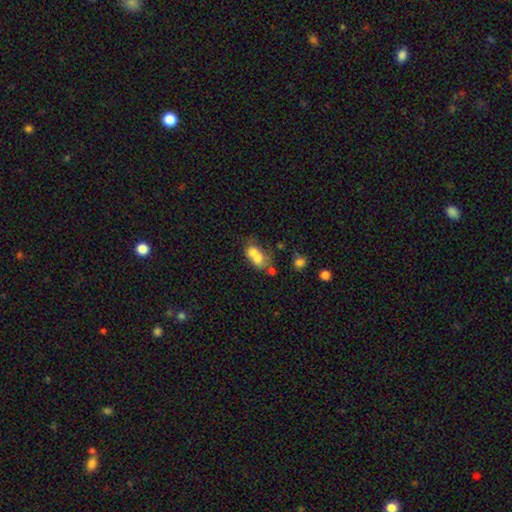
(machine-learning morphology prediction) A smooth galaxy with no disk features (65%) that is in between round and cigar-shaped (53%).

Vote fractions:
- Smooth or featured? smooth: 65% / featured or disk: 23% / star or artifact: 11%
- How rounded? in between: 53% / round: 45% / cigar-shaped: 2%
- Merging? merger: 67% / none: 20% / minor disturbance: 7% / major disturbance: 5%